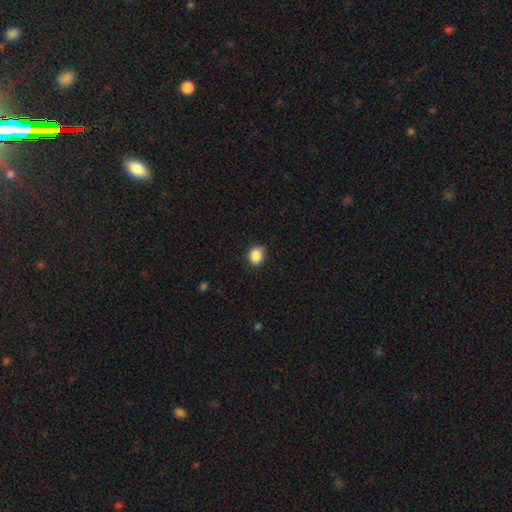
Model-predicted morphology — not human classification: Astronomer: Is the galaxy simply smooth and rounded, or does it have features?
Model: smooth — 87%.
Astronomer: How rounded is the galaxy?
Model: round — 62%.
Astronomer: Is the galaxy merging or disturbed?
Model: none — 78%.